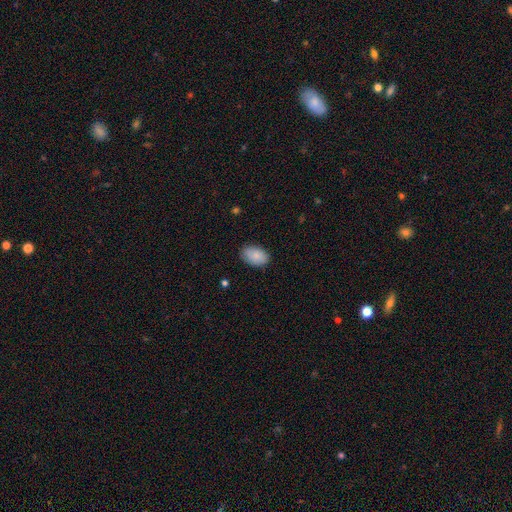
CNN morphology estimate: Smooth or featured?
  - smooth: 85% *
  - featured or disk: 8%
  - star or artifact: 6%
How rounded?
  - in between: 90% *
  - round: 9%
  - cigar-shaped: 1%
Merging?
  - none: 84% *
  - minor disturbance: 13%
  - major disturbance: 2%
  - merger: 1%